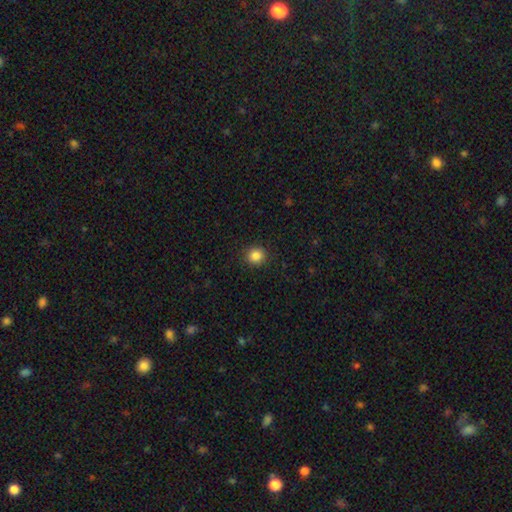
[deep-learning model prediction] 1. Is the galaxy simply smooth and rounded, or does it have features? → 86% smooth, 11% star or artifact, 4% featured or disk.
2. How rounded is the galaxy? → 90% round, 9% in between, 1% cigar-shaped.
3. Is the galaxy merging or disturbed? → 91% none, 6% minor disturbance, 2% major disturbance, 1% merger.